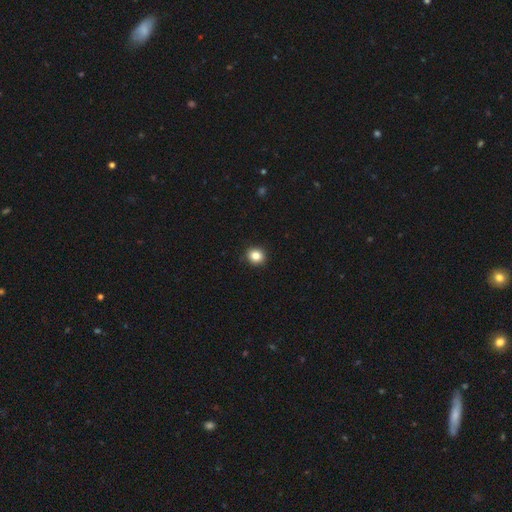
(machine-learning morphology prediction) Smooth or featured? smooth (85%)
How rounded? round (84%)
Merging? none (92%)